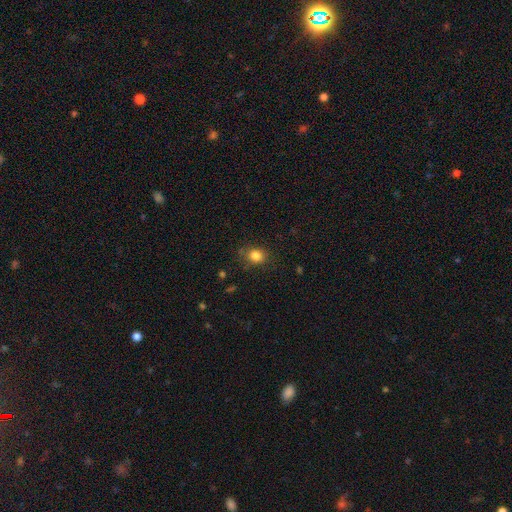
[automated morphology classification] Smooth or featured: smooth — 84% (star or artifact — 11%)
How rounded: round — 66% (in between — 33%)
Merging: none — 80% (minor disturbance — 14%)